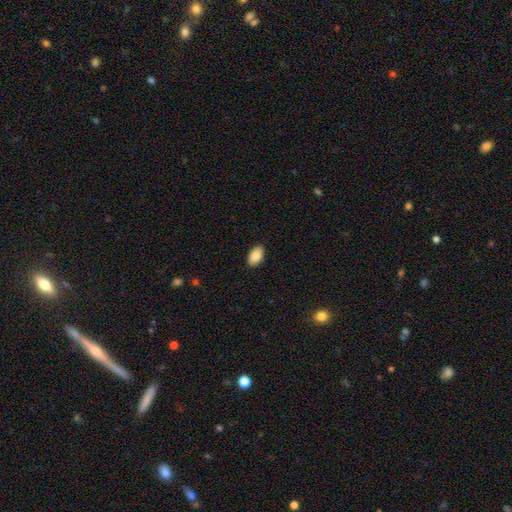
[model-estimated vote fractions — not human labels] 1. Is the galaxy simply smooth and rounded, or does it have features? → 88% smooth, 7% star or artifact, 5% featured or disk.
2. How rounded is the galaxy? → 94% in between, 4% round, 2% cigar-shaped.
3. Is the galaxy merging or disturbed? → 89% none, 8% minor disturbance, 2% major disturbance, 1% merger.